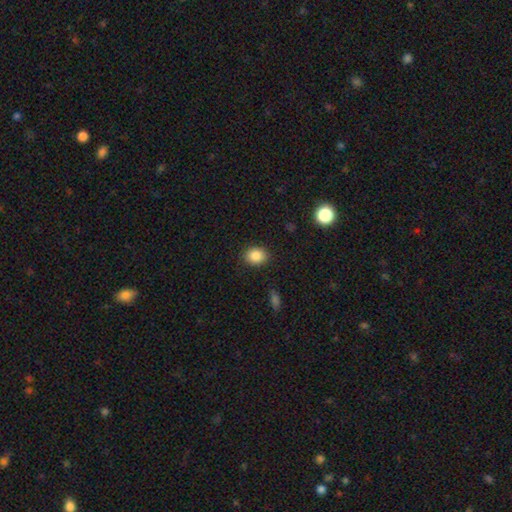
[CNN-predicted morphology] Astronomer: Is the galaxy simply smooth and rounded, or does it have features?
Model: smooth — 87%.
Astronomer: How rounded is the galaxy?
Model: in between — 51% (runner-up: round, 48%).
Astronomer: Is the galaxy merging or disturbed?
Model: none — 88%.